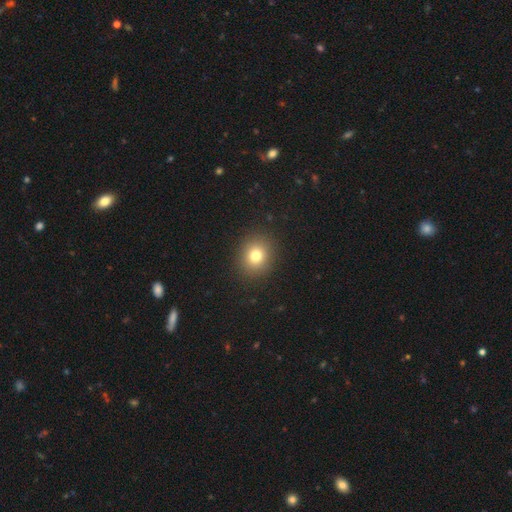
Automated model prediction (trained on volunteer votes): smooth 78%, star or artifact 13%, featured or disk 9%. Down the decision tree: how rounded — round (71%); merging — none (89%).